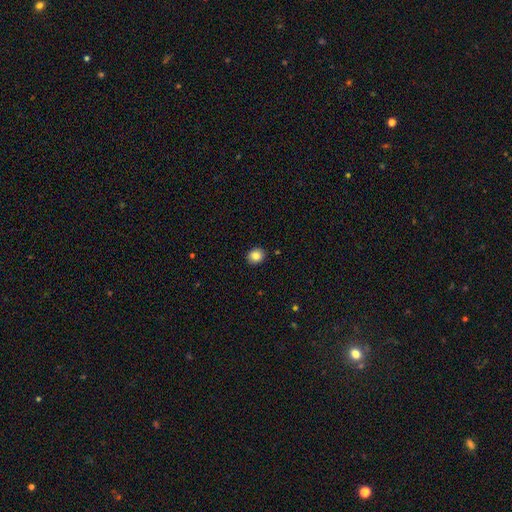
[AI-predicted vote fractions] The model was most divided on "how rounded": round: 73%, in between: 26%, cigar-shaped: 1%. More confident: merging — none (91%); smooth or featured — smooth (84%).